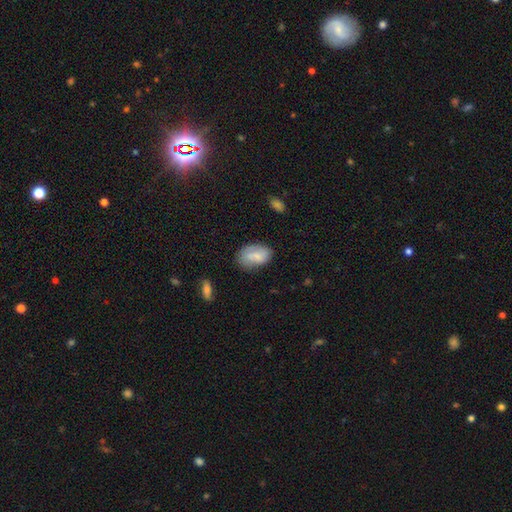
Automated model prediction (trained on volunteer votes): smooth_or_featured: smooth (p=0.78) [alt: featured or disk p=0.15]
how_rounded: in between (p=0.89) [alt: round p=0.09]
merging: none (p=0.62) [alt: minor disturbance p=0.26]